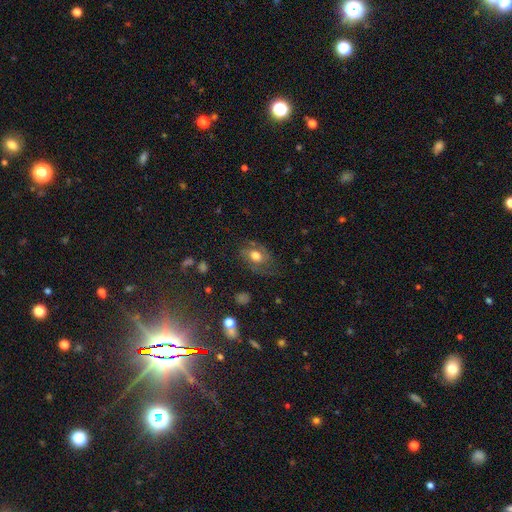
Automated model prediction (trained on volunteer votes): Smooth or featured: featured or disk — 53% (smooth — 36%)
Edge-on disk: no — 95% (yes — 5%)
Bar: no — 71% (weak — 24%)
Spiral arms: yes — 79% (no — 21%)
Bulge size: moderate — 59% (large — 30%)
Merging: none — 62% (minor disturbance — 21%)